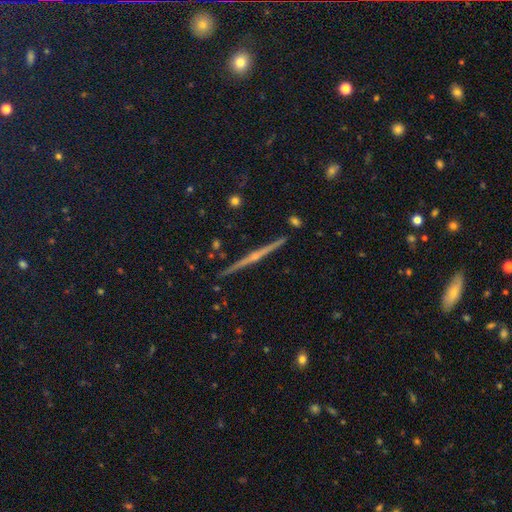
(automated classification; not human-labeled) This is clearly a featured or disk galaxy (82%). It is clearly viewed edge-on (99%). Edge-on bulge: clearly rounded (81%). Merging: clearly none (92%).